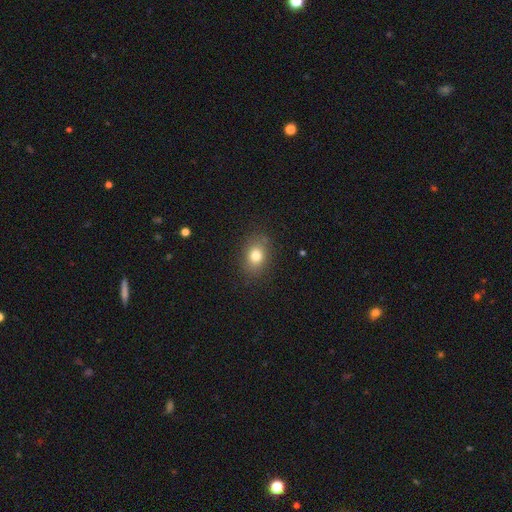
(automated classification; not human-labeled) Q: Smooth or featured?
A: smooth (78%); runner-up: star or artifact (12%)
Q: How rounded?
A: in between (64%); runner-up: round (34%)
Q: Merging?
A: none (84%); runner-up: minor disturbance (11%)